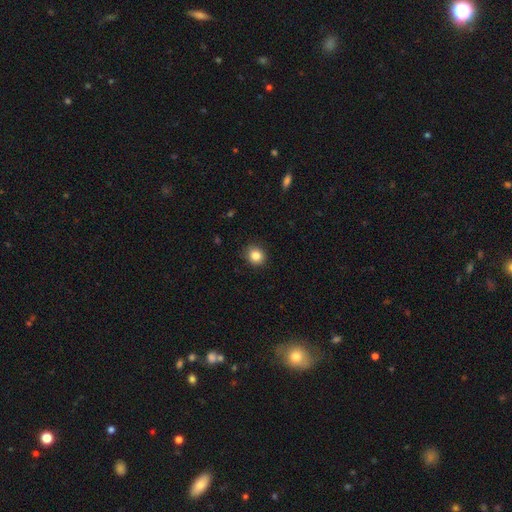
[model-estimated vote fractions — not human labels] smooth_or_featured: smooth (p=0.84) [alt: star or artifact p=0.11]
how_rounded: round (p=0.84) [alt: in between p=0.15]
merging: none (p=0.90) [alt: minor disturbance p=0.08]